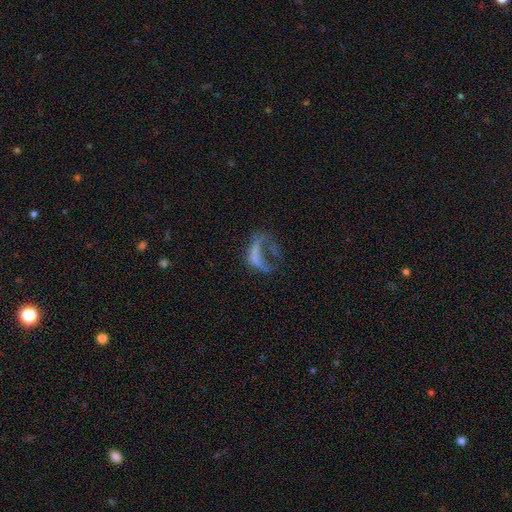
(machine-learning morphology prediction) This is possibly a featured or disk galaxy (48%). Merging: possibly major disturbance (58%).